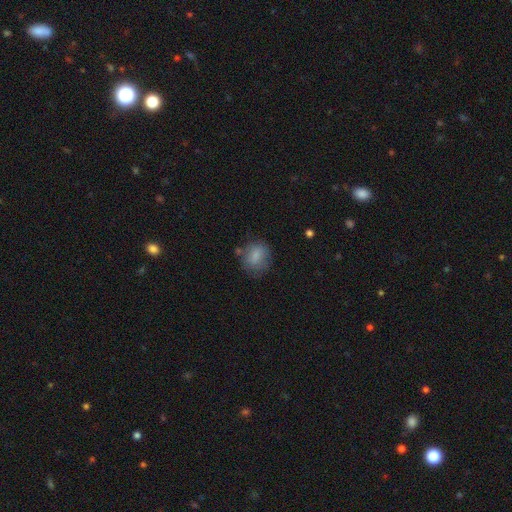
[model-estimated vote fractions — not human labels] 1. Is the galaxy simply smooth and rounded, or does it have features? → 80% smooth, 11% featured or disk, 9% star or artifact.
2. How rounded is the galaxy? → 54% round, 44% in between, 2% cigar-shaped.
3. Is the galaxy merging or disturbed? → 67% none, 21% minor disturbance, 8% major disturbance, 4% merger.